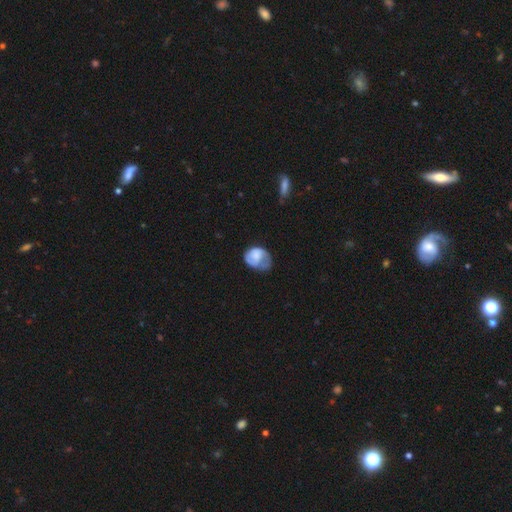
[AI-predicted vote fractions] smooth 62%, featured or disk 31%, star or artifact 7%. Down the decision tree: how rounded — in between (55%); merging — minor disturbance (38%).